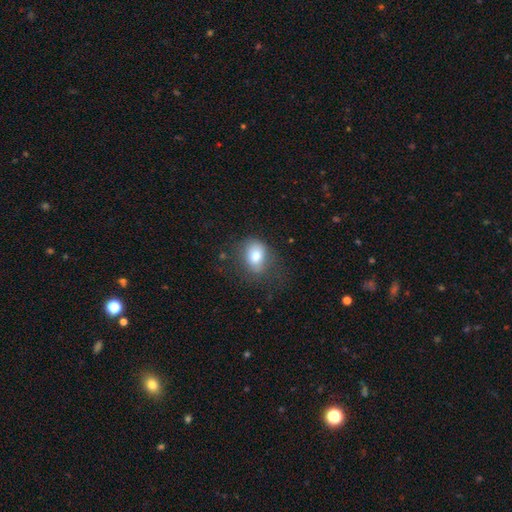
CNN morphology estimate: Overall: smooth (77%). How rounded: in between (57%; round 42%). Merging: none (61%; minor disturbance 24%).